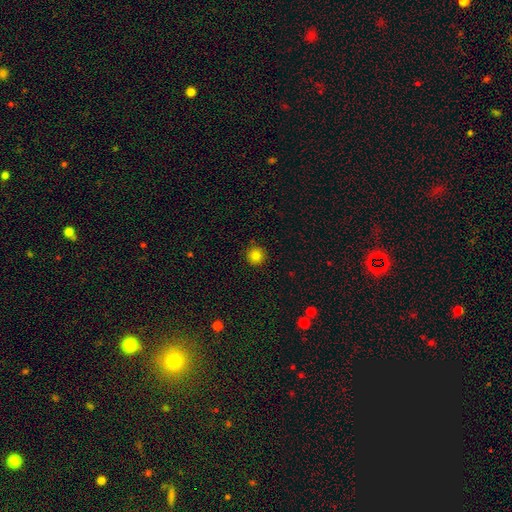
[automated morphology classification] smooth 81%, star or artifact 12%, featured or disk 6%. Down the decision tree: how rounded — round (96%); merging — none (92%).